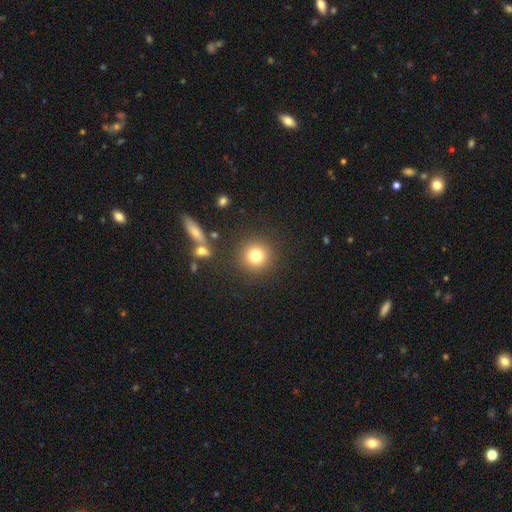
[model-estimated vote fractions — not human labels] This appears to be a smooth galaxy with no disk features (78%) that is round (94%). Merging: none (87%).